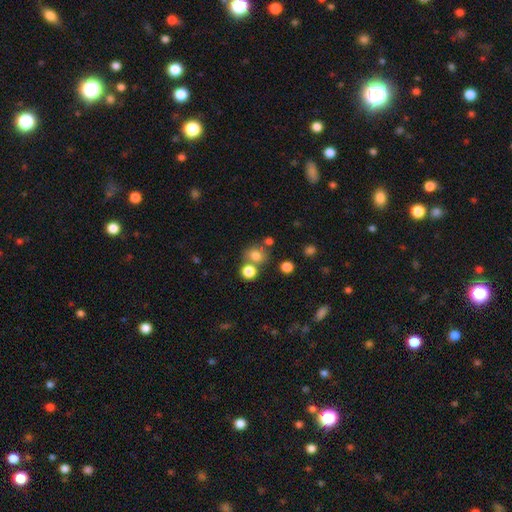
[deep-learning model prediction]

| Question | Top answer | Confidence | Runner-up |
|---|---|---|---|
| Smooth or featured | smooth | 73% | star or artifact (16%) |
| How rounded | round | 68% | in between (31%) |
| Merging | none | 57% | merger (26%) |